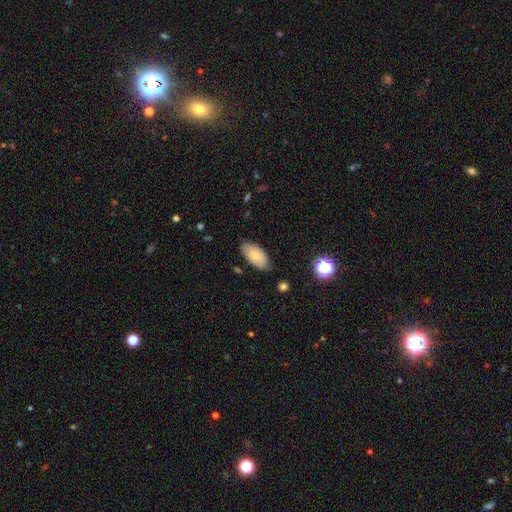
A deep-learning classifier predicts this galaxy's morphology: smooth 74%, featured or disk 18%, star or artifact 7%. Down the decision tree: how rounded — in between (94%); merging — none (78%).